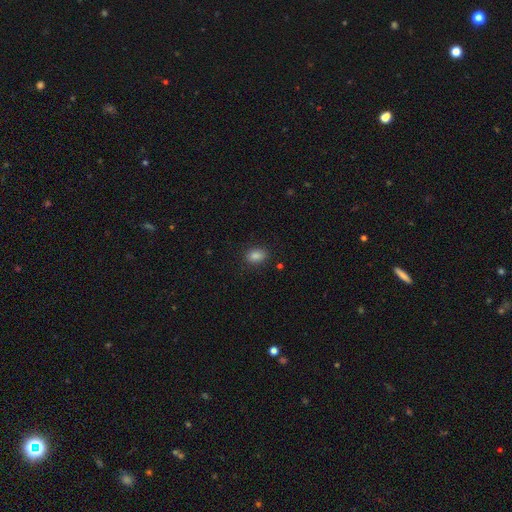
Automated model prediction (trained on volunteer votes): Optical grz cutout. It shows a smooth galaxy with no disk features (85%) that is in between round and cigar-shaped (75%). Merging: none (84%).